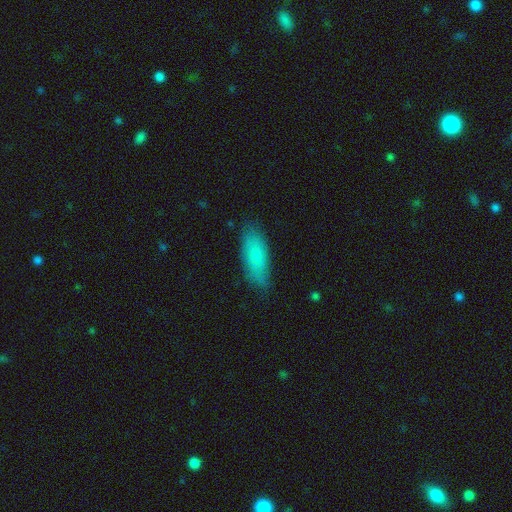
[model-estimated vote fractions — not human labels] Smooth or featured: smooth — 77% (featured or disk — 17%)
How rounded: in between — 70% (cigar-shaped — 28%)
Merging: none — 79% (minor disturbance — 17%)